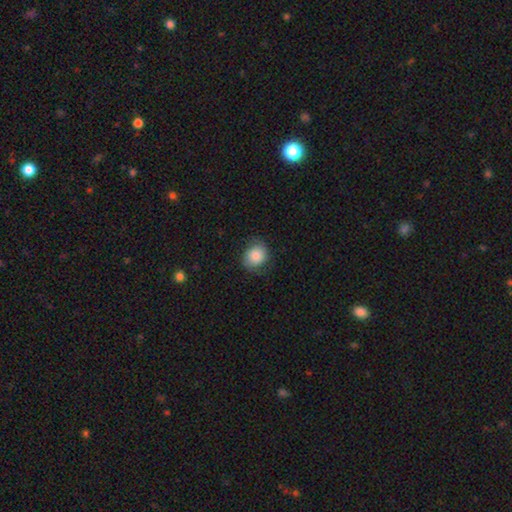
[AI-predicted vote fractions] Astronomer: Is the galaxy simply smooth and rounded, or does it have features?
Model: smooth — 72%.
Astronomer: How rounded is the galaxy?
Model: round — 67%.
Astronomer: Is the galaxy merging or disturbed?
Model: none — 71%.